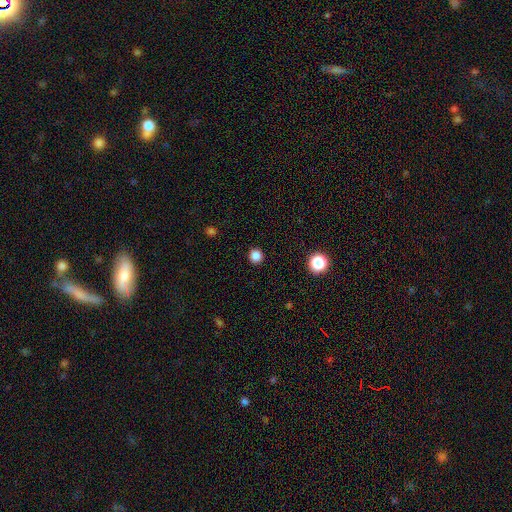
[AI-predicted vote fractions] This is clearly a smooth galaxy (84%). How rounded: clearly round (94%). Merging: clearly none (93%).